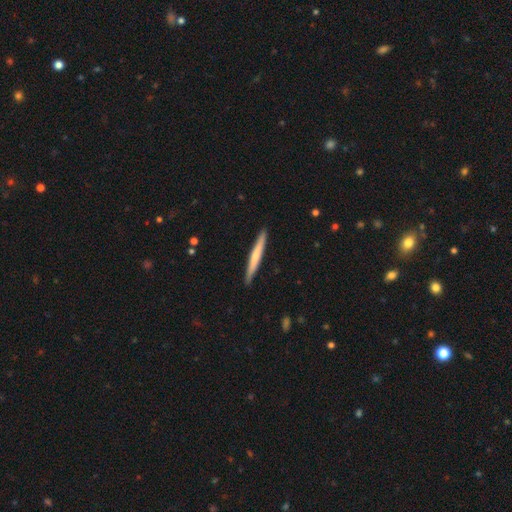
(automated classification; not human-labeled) smooth-or-featured: smooth: 57% | featured or disk: 38% | star or artifact: 5%
  how-rounded: cigar-shaped: 97% | in between: 2% | round: 1%
  merging: none: 91% | minor disturbance: 7% | major disturbance: 1% | merger: 1%